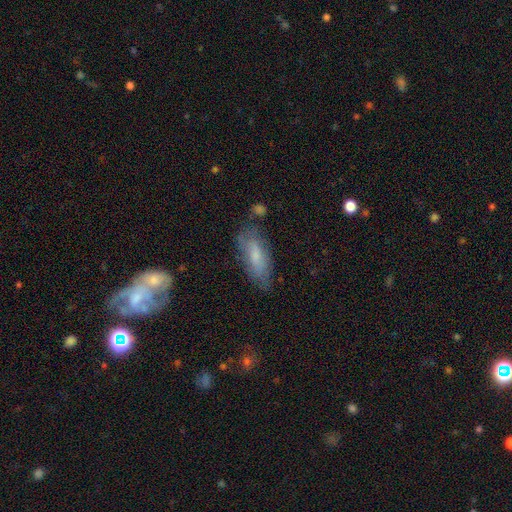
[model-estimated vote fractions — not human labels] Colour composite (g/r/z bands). It shows a smooth galaxy with no disk features (63%) that is in between round and cigar-shaped (69%). Merging: none (66%).